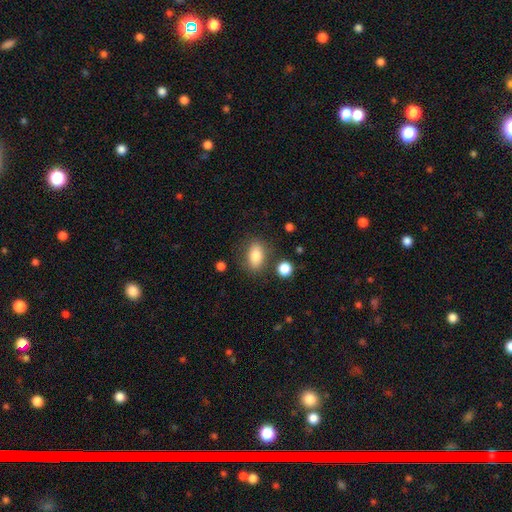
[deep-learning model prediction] A smooth galaxy with no disk features (79%) that is in between round and cigar-shaped (82%). Merging: none (78%).